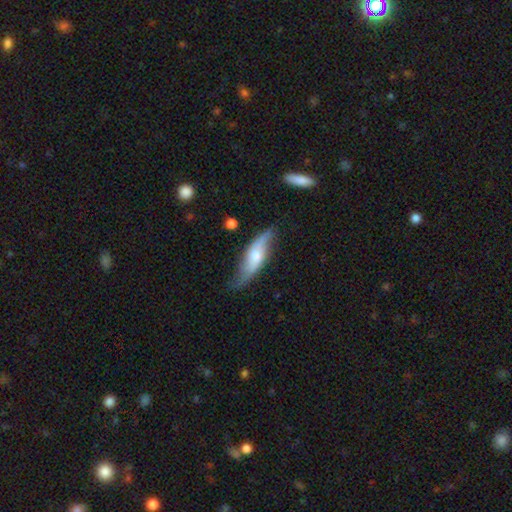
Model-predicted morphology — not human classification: featured or disk 58%, smooth 36%, star or artifact 6%. Down the decision tree: edge-on disk — no (67%); merging — none (63%).